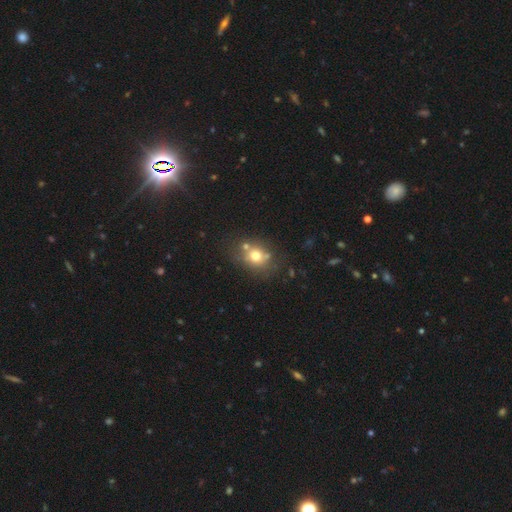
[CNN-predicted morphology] The model was most divided on "how rounded": round: 66%, in between: 33%, cigar-shaped: 1%. More confident: smooth or featured — smooth (68%); merging — none (61%).